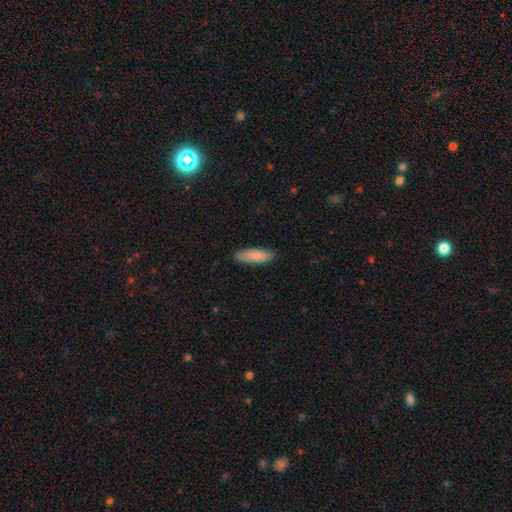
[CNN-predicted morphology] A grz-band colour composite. It shows a smooth galaxy with no disk features (85%) that is cigar-shaped (57%). Merging: none (87%).